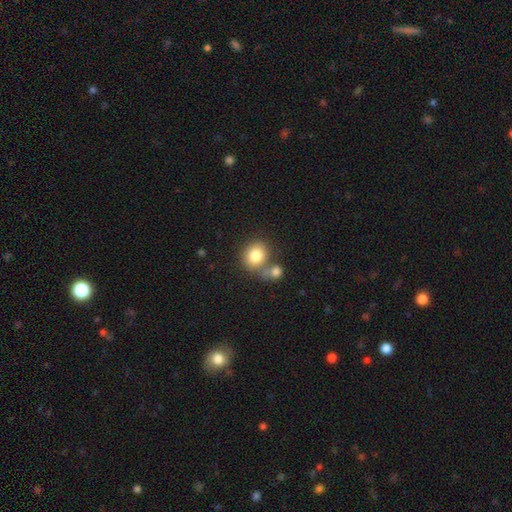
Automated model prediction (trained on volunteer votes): Smooth or featured?
  - smooth: 81% *
  - featured or disk: 10%
  - star or artifact: 9%
How rounded?
  - round: 71% *
  - in between: 28%
  - cigar-shaped: 1%
Merging?
  - none: 47% *
  - merger: 37%
  - minor disturbance: 11%
  - major disturbance: 5%